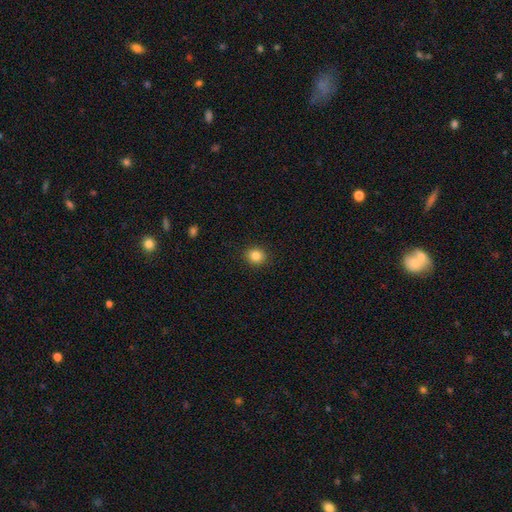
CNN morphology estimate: This appears to be a smooth galaxy with no disk features (86%) that is round (79%). Merging: none (90%).